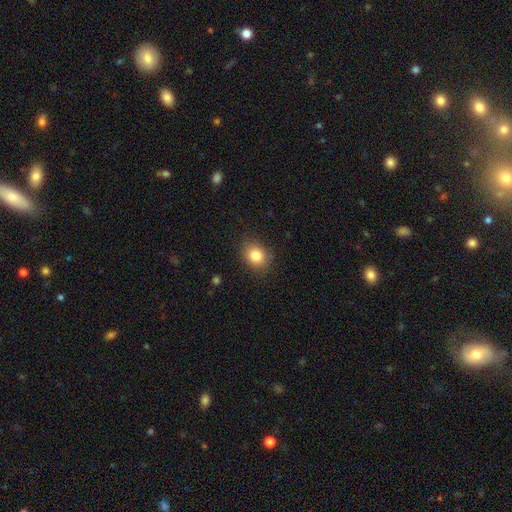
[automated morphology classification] type=smooth (82%); roundness=round (55%); merging=none (84%).